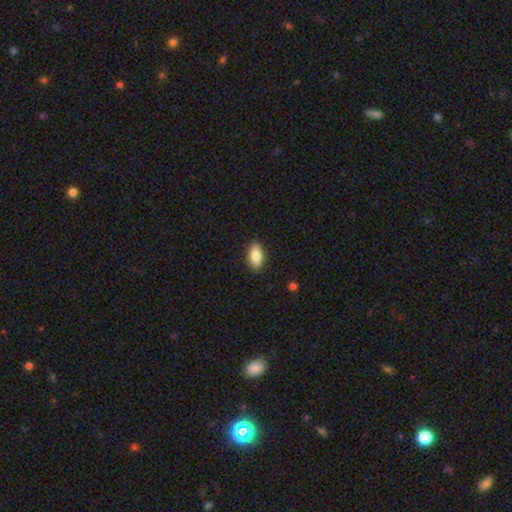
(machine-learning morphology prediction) A smooth galaxy with no disk features (82%) that is in between round and cigar-shaped (87%). Merging: none (88%).